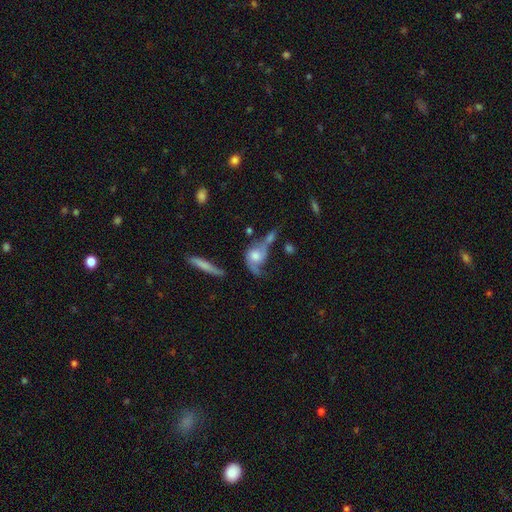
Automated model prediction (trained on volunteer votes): This appears to be a featured or disk galaxy (48%). Merging: merger (31%).